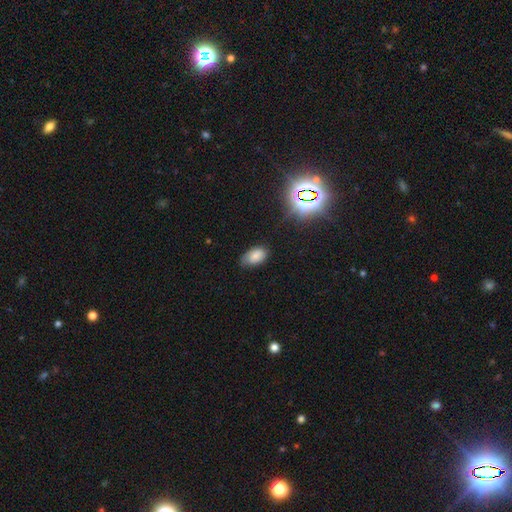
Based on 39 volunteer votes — smooth-or-featured: smooth: 82% | star or artifact: 10% | featured or disk: 8%
  how-rounded: in between: 100% | round: 0% | cigar-shaped: 0%
  merging: none: 83% | minor disturbance: 11% | major disturbance: 6% | merger: 0%